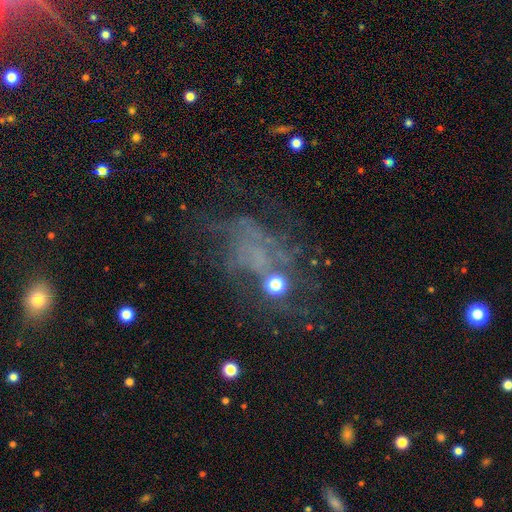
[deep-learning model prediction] Q: Smooth or featured?
A: featured or disk (46%); runner-up: star or artifact (32%)
Q: Merging?
A: none (40%); runner-up: major disturbance (36%)